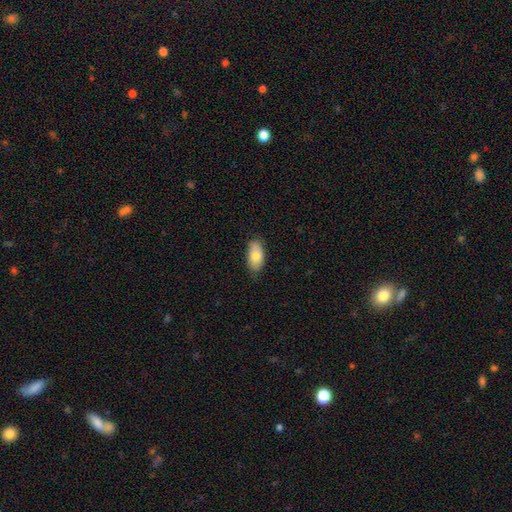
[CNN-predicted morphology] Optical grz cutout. It shows a smooth galaxy with no disk features (78%) that is in between round and cigar-shaped (92%). Merging: none (79%).